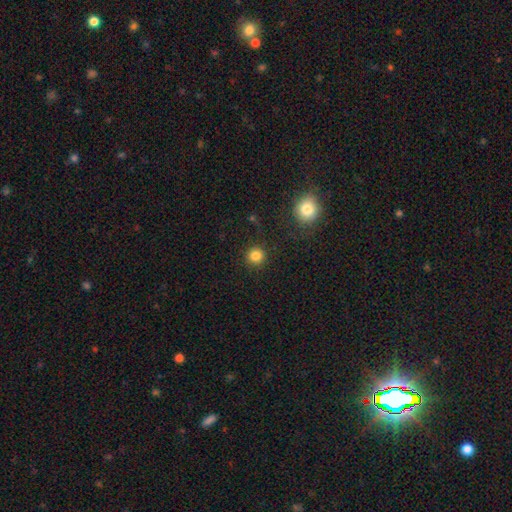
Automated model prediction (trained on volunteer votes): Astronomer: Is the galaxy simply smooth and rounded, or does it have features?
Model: smooth — 84%.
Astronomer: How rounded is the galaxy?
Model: round — 94%.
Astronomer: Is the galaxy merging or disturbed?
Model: none — 89%.